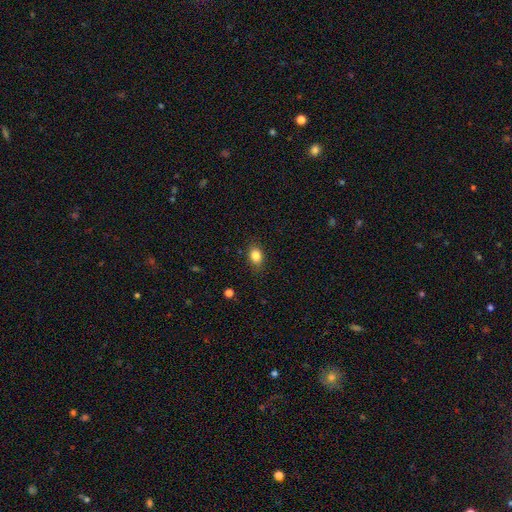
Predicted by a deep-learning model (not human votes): Morphology: type=smooth (84%); roundness=in between (70%); merging=none (85%).